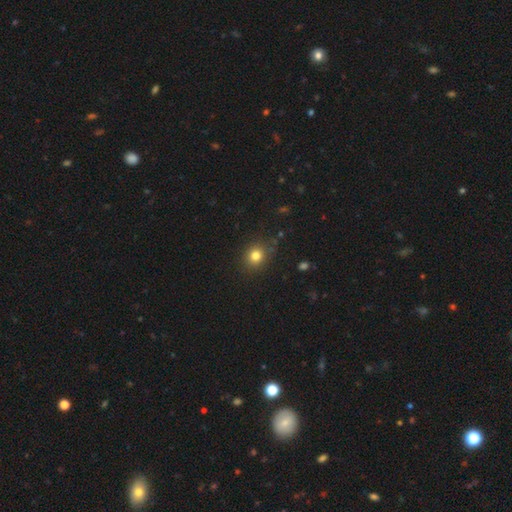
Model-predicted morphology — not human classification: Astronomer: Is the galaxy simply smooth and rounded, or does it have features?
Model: smooth — 80%.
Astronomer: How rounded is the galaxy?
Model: round — 78%.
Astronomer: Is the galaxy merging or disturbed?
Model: none — 84%.